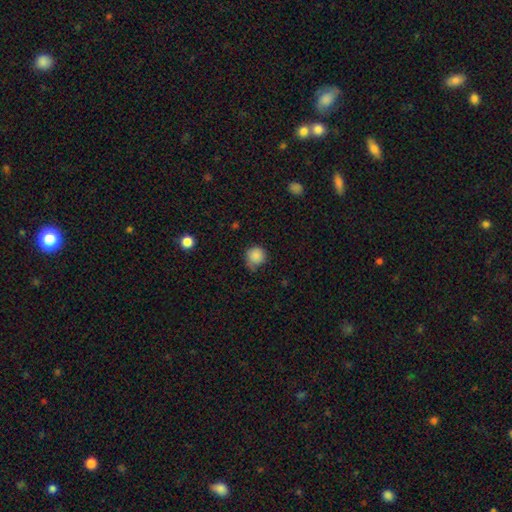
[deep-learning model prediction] smooth-or-featured: smooth: 85% | star or artifact: 9% | featured or disk: 5%
  how-rounded: round: 90% | in between: 9% | cigar-shaped: 1%
  merging: none: 60% | minor disturbance: 31% | major disturbance: 7% | merger: 2%